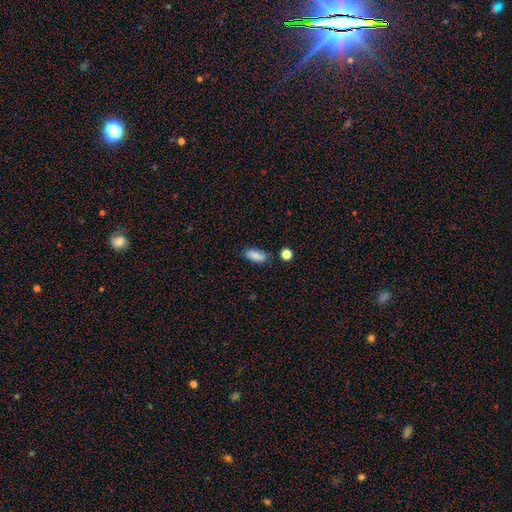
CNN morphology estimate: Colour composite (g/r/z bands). It shows a smooth galaxy with no disk features (83%) that is in between round and cigar-shaped (84%). Merging: none (70%).